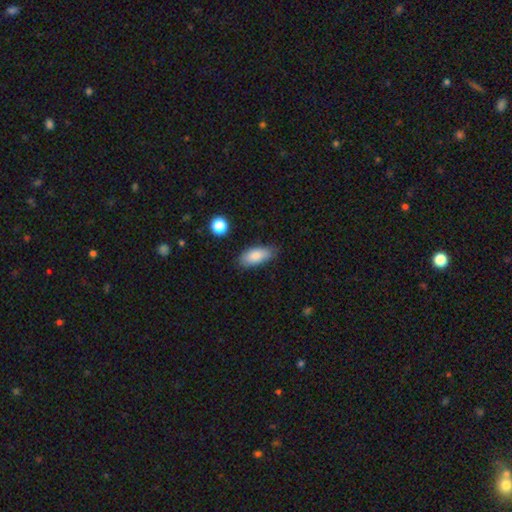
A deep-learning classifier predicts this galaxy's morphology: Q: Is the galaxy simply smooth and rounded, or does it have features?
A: smooth — 85%.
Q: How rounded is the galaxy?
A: in between — 88%.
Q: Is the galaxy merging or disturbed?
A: none — 76%.